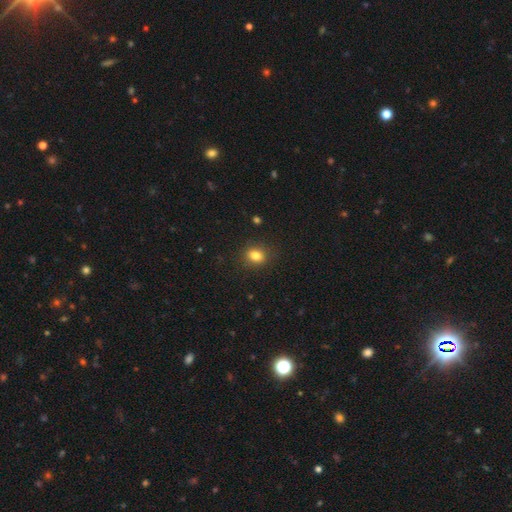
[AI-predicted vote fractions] Morphology: type=smooth (83%); roundness=in between (50%); merging=none (87%).